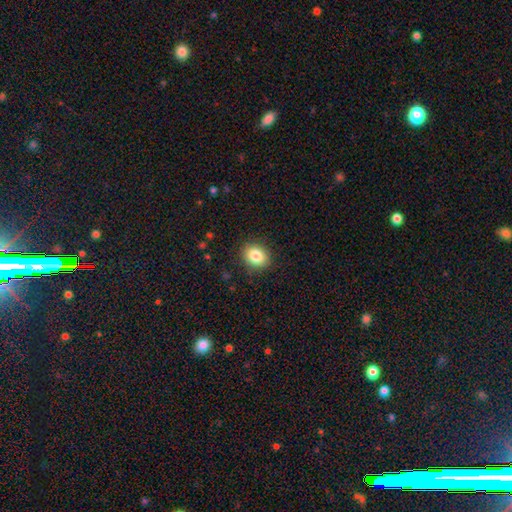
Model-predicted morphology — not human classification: This appears to be a smooth galaxy with no disk features (84%) that is in between round and cigar-shaped (50%, tied with round). Merging: none (88%).